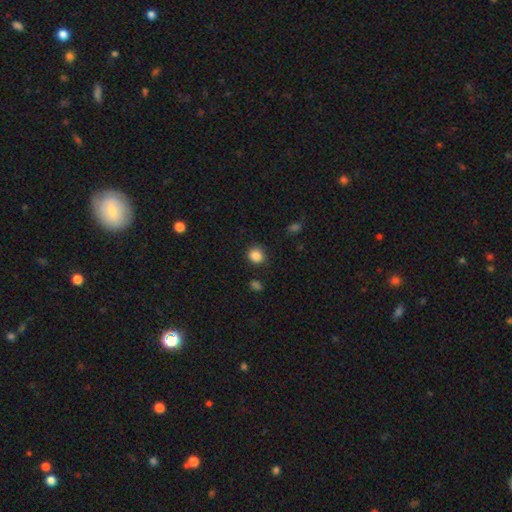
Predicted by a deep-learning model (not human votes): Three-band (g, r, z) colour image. It shows a smooth galaxy with no disk features (86%) that is round (82%). Merging: none (87%).